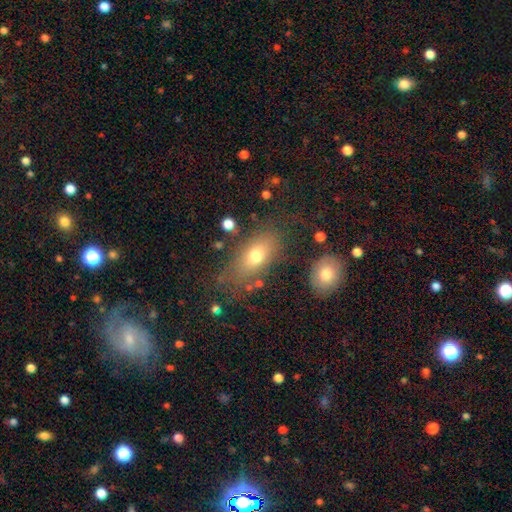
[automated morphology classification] smooth_or_featured: smooth (p=0.70) [alt: featured or disk p=0.19]
how_rounded: in between (p=0.82) [alt: round p=0.10]
merging: none (p=0.70) [alt: minor disturbance p=0.16]